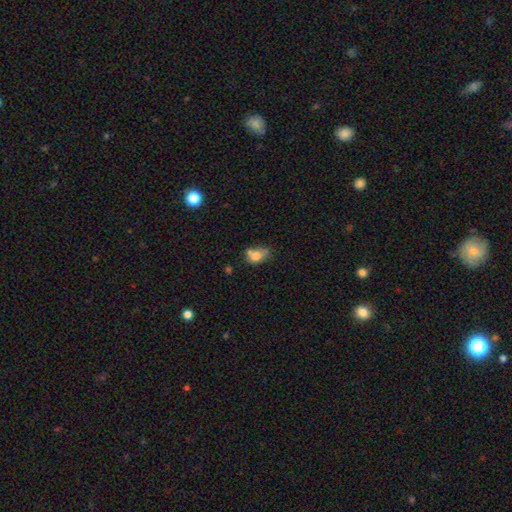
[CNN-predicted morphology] A smooth galaxy with no disk features (71%) that is in between round and cigar-shaped (71%). Merging: none (33%).